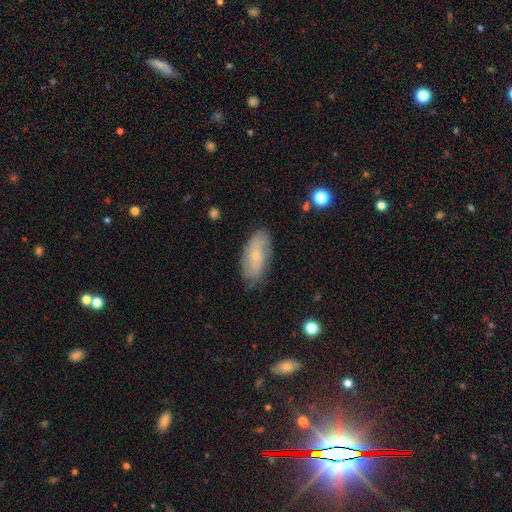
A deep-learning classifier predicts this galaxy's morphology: smooth 53%, featured or disk 40%, star or artifact 7%. Down the decision tree: how rounded — in between (85%); merging — none (78%).